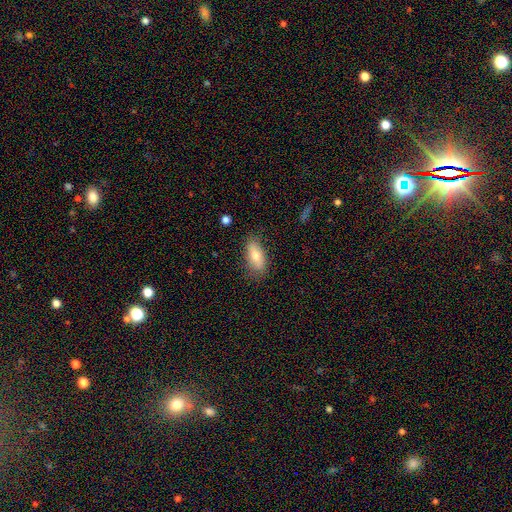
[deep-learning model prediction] Morphology: type=smooth (72%); roundness=in between (83%); merging=none (79%).